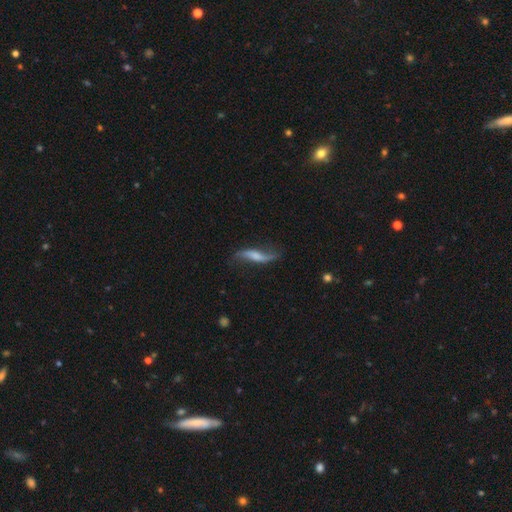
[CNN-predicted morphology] The model was most divided on "bulge size": none: 38%, small: 29%, moderate: 23%, large: 8%, dominant: 3%. Remaining: spiral arms — yes (91%); edge-on disk — no (76%); smooth or featured — featured or disk (70%); merging — none (64%); bar — no (47%).